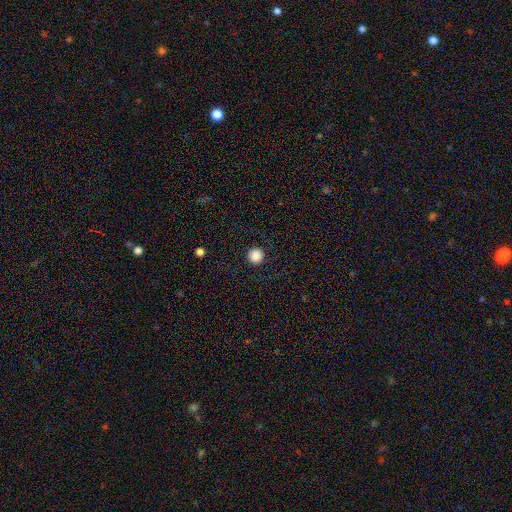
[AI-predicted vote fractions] smooth_or_featured: smooth (p=0.86) [alt: star or artifact p=0.10]
how_rounded: round (p=0.96) [alt: in between p=0.03]
merging: none (p=0.92) [alt: minor disturbance p=0.05]